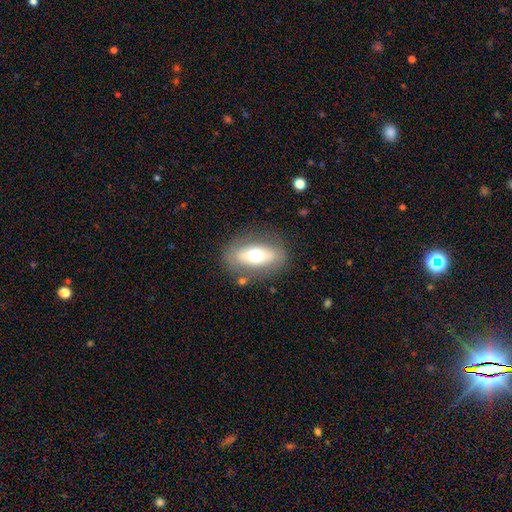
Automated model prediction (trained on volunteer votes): Morphology: type=smooth (56%); roundness=in between (82%); merging=none (80%).